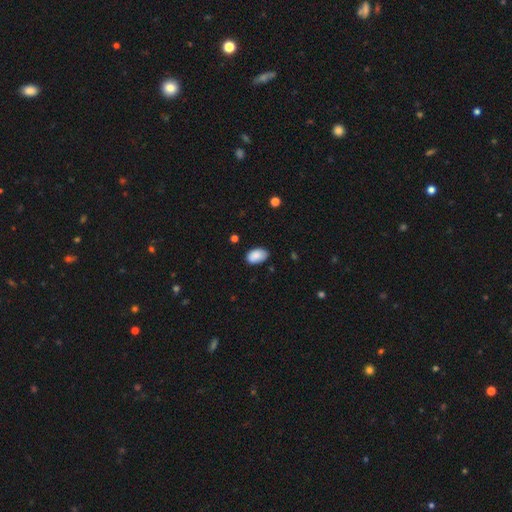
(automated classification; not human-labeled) Q: Smooth or featured?
A: smooth (88%); runner-up: star or artifact (7%)
Q: How rounded?
A: in between (92%); runner-up: round (7%)
Q: Merging?
A: none (76%); runner-up: minor disturbance (20%)